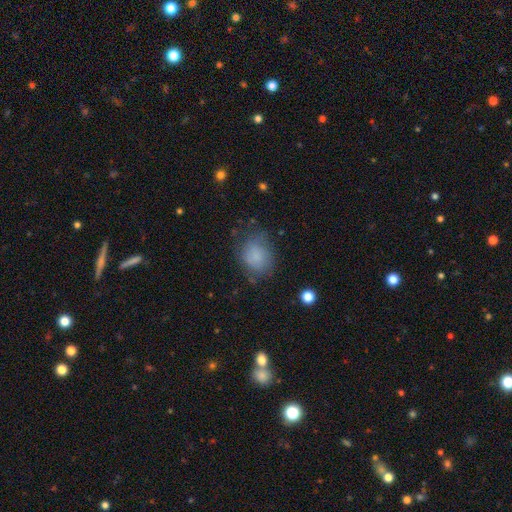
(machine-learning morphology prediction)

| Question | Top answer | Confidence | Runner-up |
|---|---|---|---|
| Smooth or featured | smooth | 78% | featured or disk (12%) |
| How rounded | in between | 50% | round (49%) |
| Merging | none | 63% | minor disturbance (25%) |